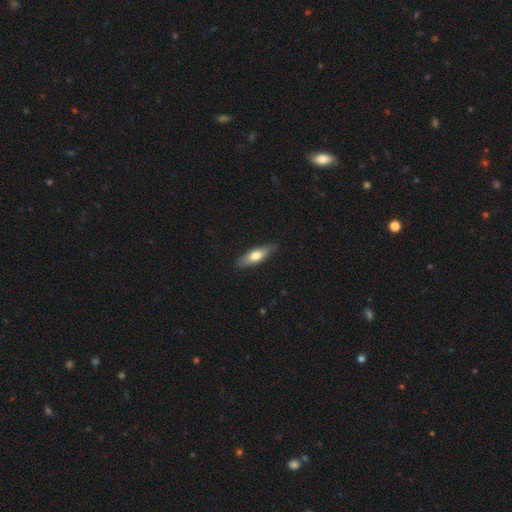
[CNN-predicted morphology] This is likely a smooth galaxy (65%). How rounded: possibly in between (55%). Merging: clearly none (85%).